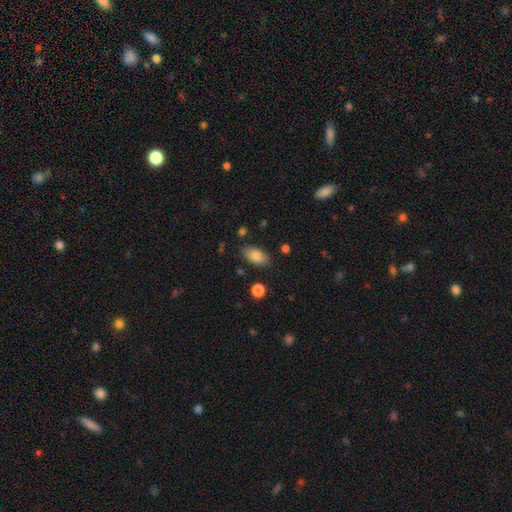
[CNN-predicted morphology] smooth-or-featured: smooth: 83% | featured or disk: 9% | star or artifact: 7%
  how-rounded: in between: 92% | round: 5% | cigar-shaped: 3%
  merging: none: 82% | minor disturbance: 13% | major disturbance: 3% | merger: 2%